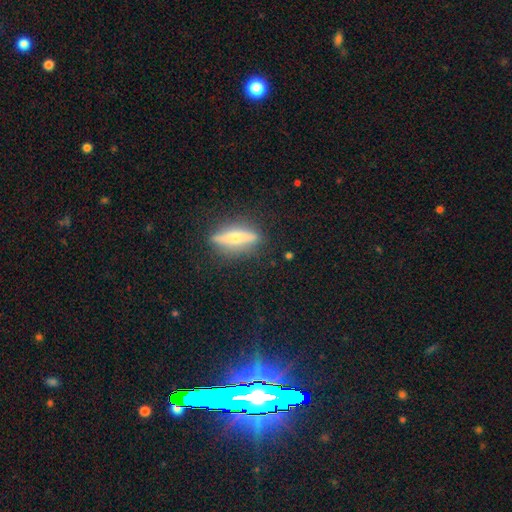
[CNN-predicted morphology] Overall: featured or disk (42%; smooth 36%). Merging: none (83%).